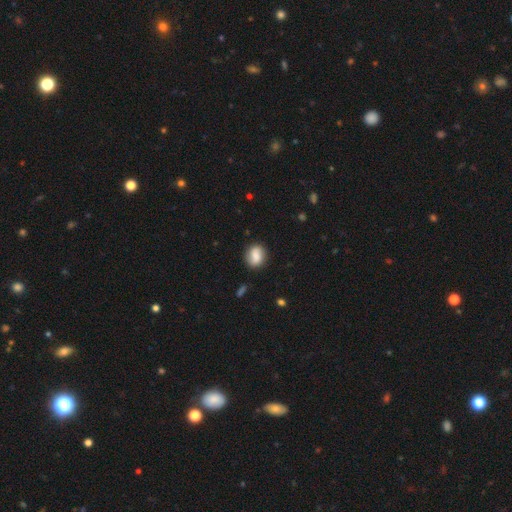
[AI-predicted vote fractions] smooth_or_featured: smooth (p=0.78) [alt: featured or disk p=0.15]
how_rounded: in between (p=0.51) [alt: round p=0.48]
merging: none (p=0.80) [alt: minor disturbance p=0.14]